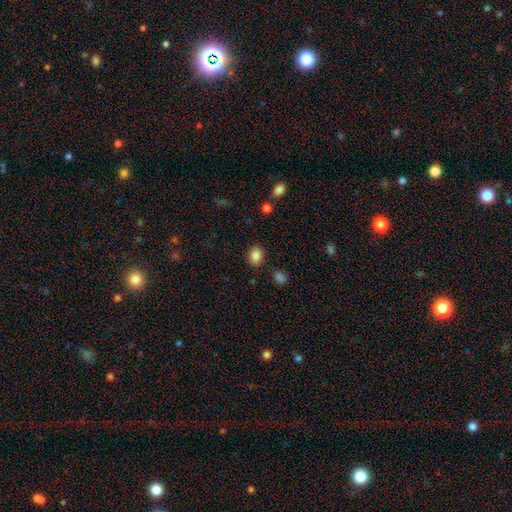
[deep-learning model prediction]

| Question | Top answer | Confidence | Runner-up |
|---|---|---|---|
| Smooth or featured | smooth | 86% | star or artifact (9%) |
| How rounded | in between | 66% | round (33%) |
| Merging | none | 86% | minor disturbance (9%) |